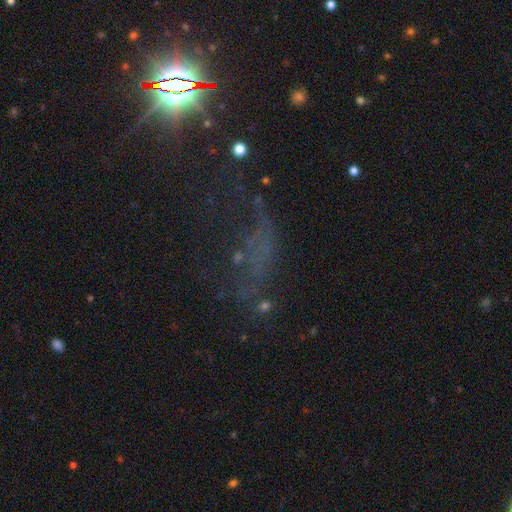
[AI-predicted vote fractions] Smooth or featured? Predicted: star or artifact (p=0.50).